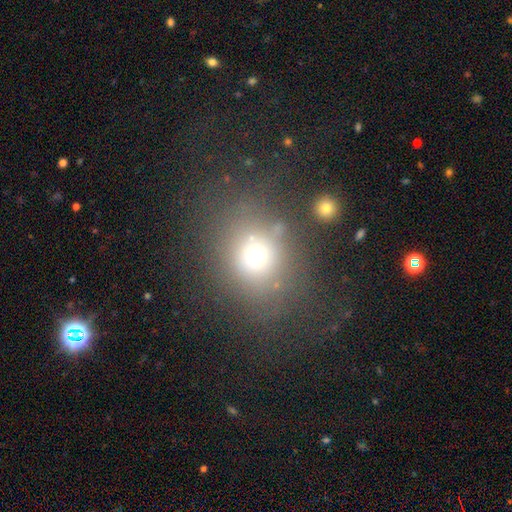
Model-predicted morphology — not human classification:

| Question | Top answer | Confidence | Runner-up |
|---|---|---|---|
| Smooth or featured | smooth | 66% | star or artifact (20%) |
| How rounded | round | 71% | in between (28%) |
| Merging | none | 67% | minor disturbance (15%) |